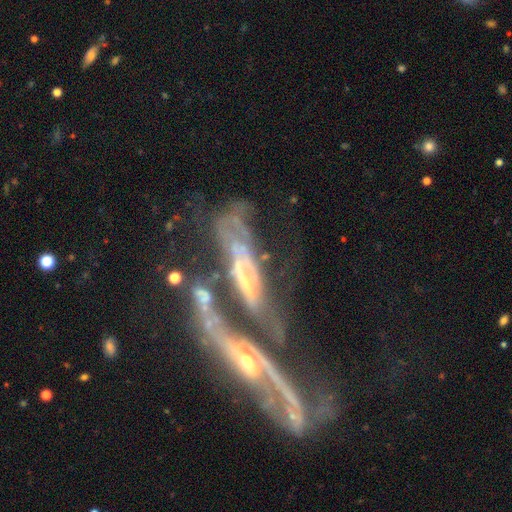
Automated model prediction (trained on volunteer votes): This is likely a featured or disk galaxy (77%). It is likely not viewed edge-on (74%). Bar: possibly no (55%). Spiral arm pattern: likely yes (73%). Central bulge: possibly small (51%). Merging: likely merger (64%).